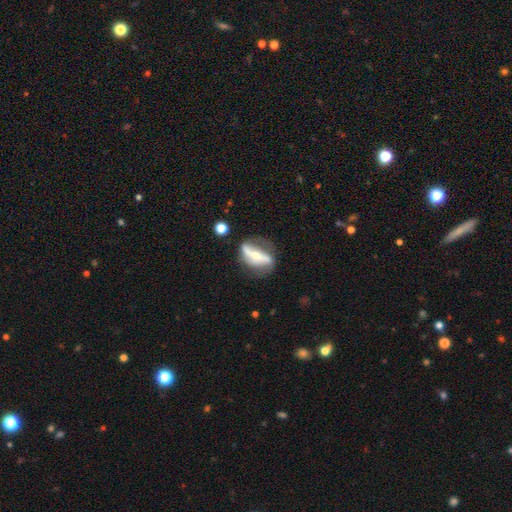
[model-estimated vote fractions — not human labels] A featured or disk galaxy (74%) with a strong bar (69%), spiral arms (69%) and a small central bulge (49%). Merging: none (62%).